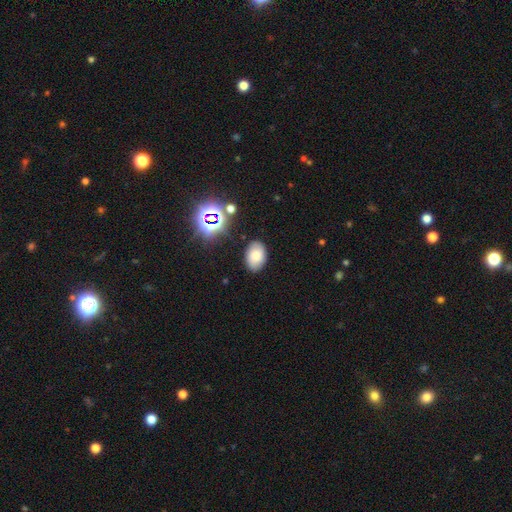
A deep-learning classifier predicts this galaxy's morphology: smooth-or-featured: smooth: 75% | star or artifact: 13% | featured or disk: 12%
  how-rounded: in between: 87% | round: 12% | cigar-shaped: 1%
  merging: none: 83% | minor disturbance: 12% | major disturbance: 3% | merger: 2%